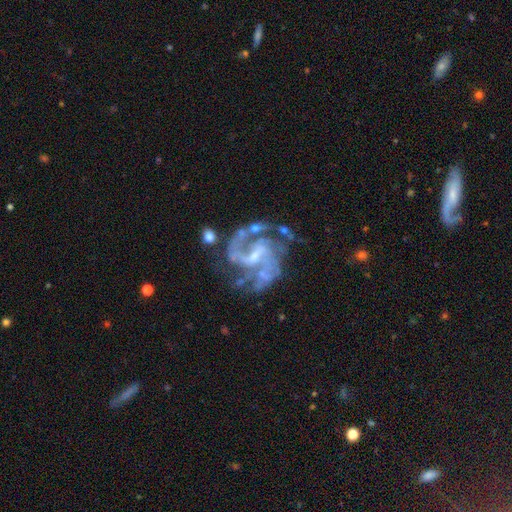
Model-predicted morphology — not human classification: smooth-or-featured: featured or disk: 91% | star or artifact: 6% | smooth: 3%
  disk-edge-on: no: 98% | yes: 2%
    bar: weak: 54% | no: 25% | strong: 22%
    has-spiral-arms: yes: 97% | no: 3%
      spiral-winding: medium: 57% | tight: 23% | loose: 20%
      spiral-arm-count: 2: 62% | 3: 16% | can't tell: 10% | 4: 5% | 1: 4% | more than 4: 4%
    bulge-size: small: 64% | moderate: 20% | none: 14% | large: 1% | dominant: 1%
  merging: none: 56% | major disturbance: 20% | minor disturbance: 19% | merger: 6%